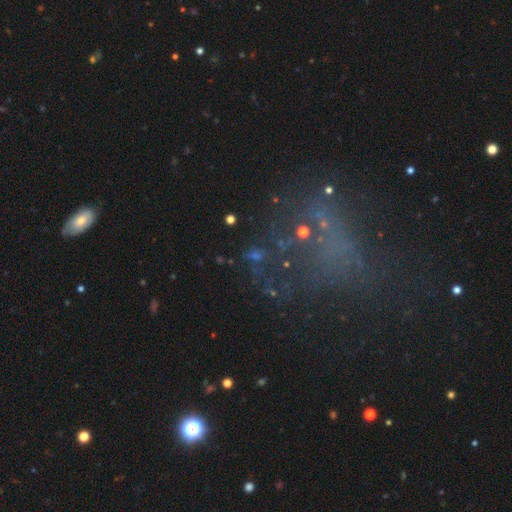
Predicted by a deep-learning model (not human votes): smooth_or_featured: star or artifact (p=0.48) [alt: smooth p=0.27]